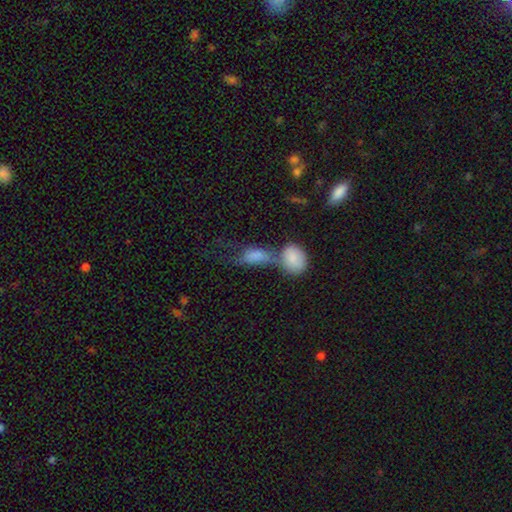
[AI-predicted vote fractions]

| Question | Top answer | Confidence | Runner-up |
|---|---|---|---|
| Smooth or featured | smooth | 77% | featured or disk (14%) |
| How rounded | in between | 83% | round (10%) |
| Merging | merger | 65% | none (15%) |